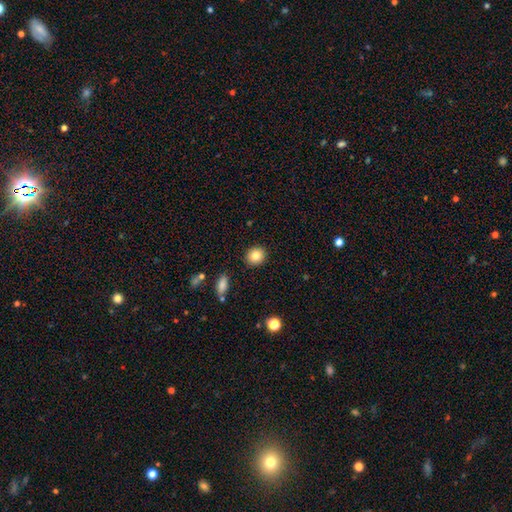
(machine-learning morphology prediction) A smooth galaxy with no disk features (83%) that is round (83%).

Vote fractions:
- Smooth or featured? smooth: 83% / star or artifact: 9% / featured or disk: 8%
- How rounded? round: 83% / in between: 16% / cigar-shaped: 1%
- Merging? none: 90% / minor disturbance: 6% / major disturbance: 2% / merger: 1%